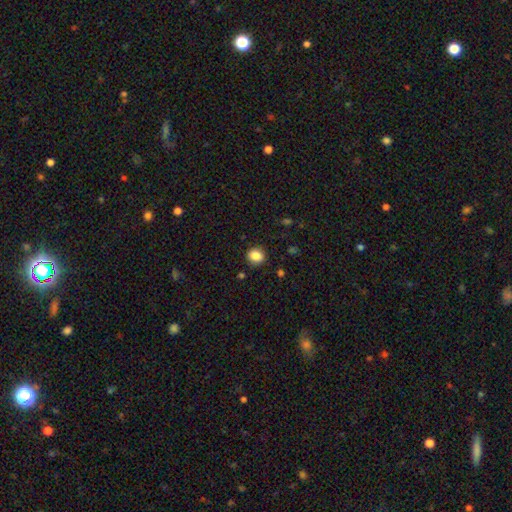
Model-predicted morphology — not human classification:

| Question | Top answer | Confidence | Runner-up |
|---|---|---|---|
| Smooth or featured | smooth | 86% | star or artifact (10%) |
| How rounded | round | 76% | in between (23%) |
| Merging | none | 89% | minor disturbance (7%) |